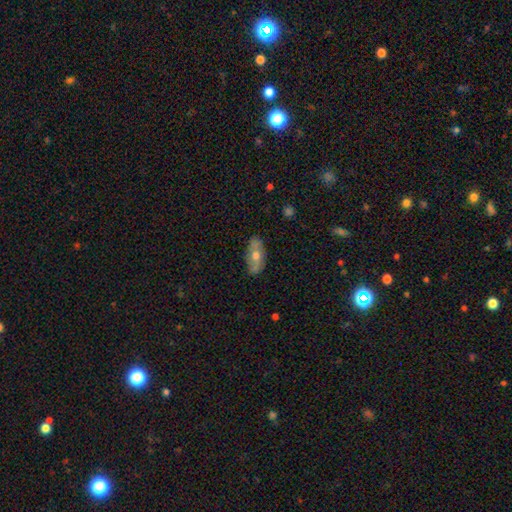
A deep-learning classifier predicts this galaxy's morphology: Smooth or featured? Predicted: smooth (p=0.49). Merging? Predicted: none (p=0.84).